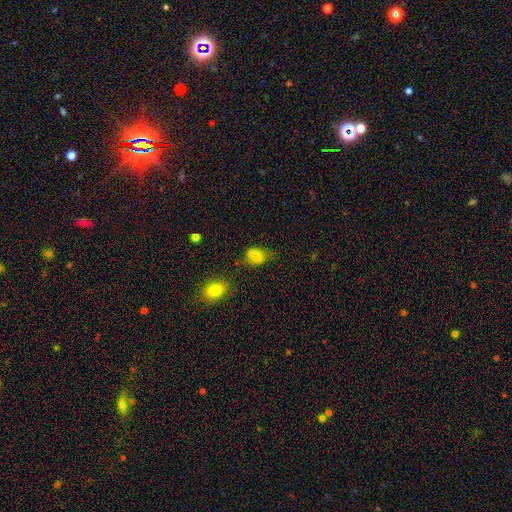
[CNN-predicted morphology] Overall: smooth (78%). How rounded: in between (84%). Merging: none (53%; minor disturbance 30%).